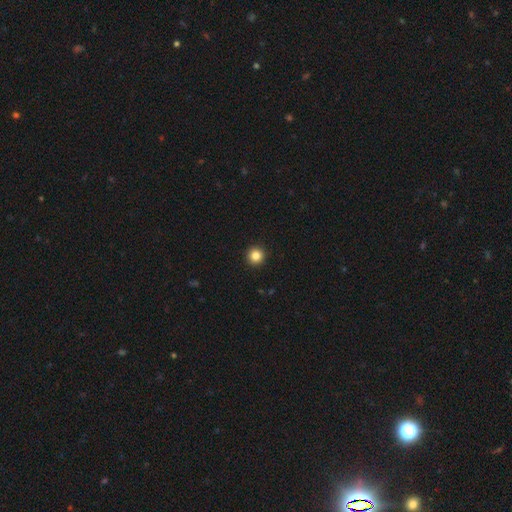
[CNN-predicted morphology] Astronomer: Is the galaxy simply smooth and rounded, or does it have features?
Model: smooth — 84%.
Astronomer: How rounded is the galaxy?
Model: round — 96%.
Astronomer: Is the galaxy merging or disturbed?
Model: none — 94%.